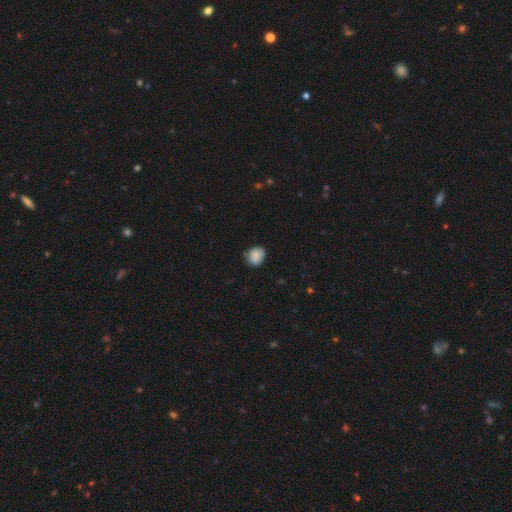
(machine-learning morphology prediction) Smooth or featured? Predicted: smooth (p=0.84). How rounded? Predicted: round (p=0.71). Merging? Predicted: none (p=0.75).